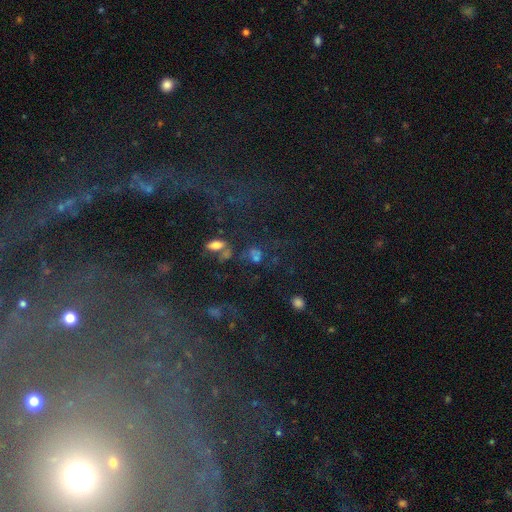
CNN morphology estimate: This appears to be a star or artifact, not a galaxy (43%).